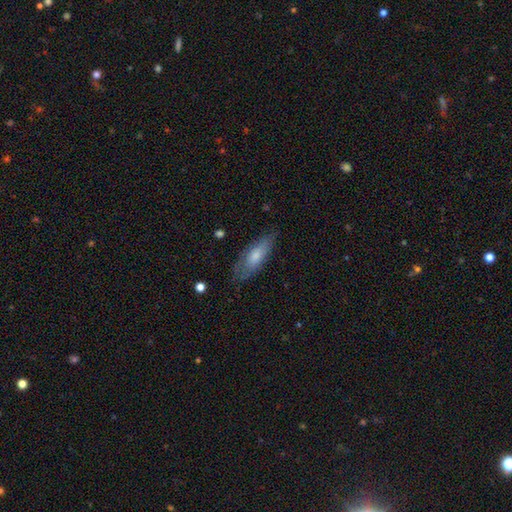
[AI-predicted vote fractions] Q: Smooth or featured?
A: smooth (68%); runner-up: featured or disk (26%)
Q: How rounded?
A: in between (66%); runner-up: cigar-shaped (32%)
Q: Merging?
A: none (69%); runner-up: minor disturbance (22%)